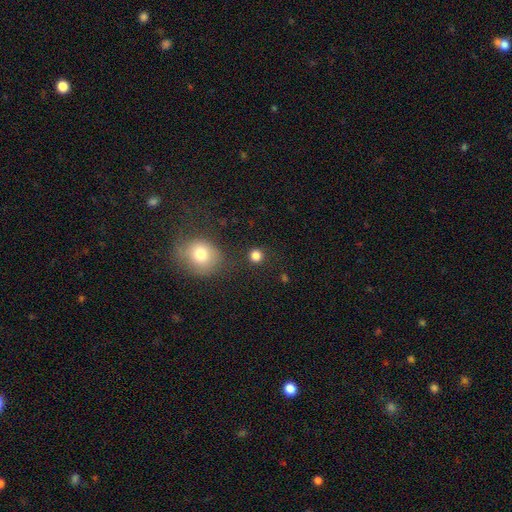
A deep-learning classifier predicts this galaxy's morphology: smooth_or_featured: smooth (p=0.83) [alt: star or artifact p=0.13]
how_rounded: round (p=0.90) [alt: in between p=0.08]
merging: none (p=0.85) [alt: minor disturbance p=0.08]